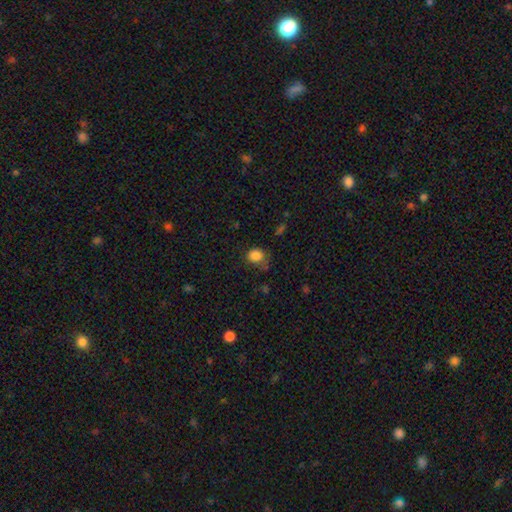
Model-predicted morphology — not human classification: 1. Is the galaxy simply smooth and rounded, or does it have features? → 84% smooth, 11% star or artifact, 5% featured or disk.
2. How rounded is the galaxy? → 65% round, 35% in between, 1% cigar-shaped.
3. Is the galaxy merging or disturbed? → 60% none, 27% minor disturbance, 10% major disturbance, 4% merger.